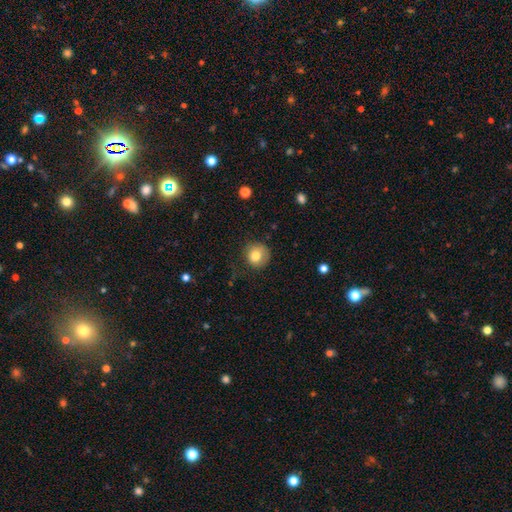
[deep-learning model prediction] Smooth or featured? Predicted: smooth (p=0.81). How rounded? Predicted: round (p=0.90). Merging? Predicted: none (p=0.73).